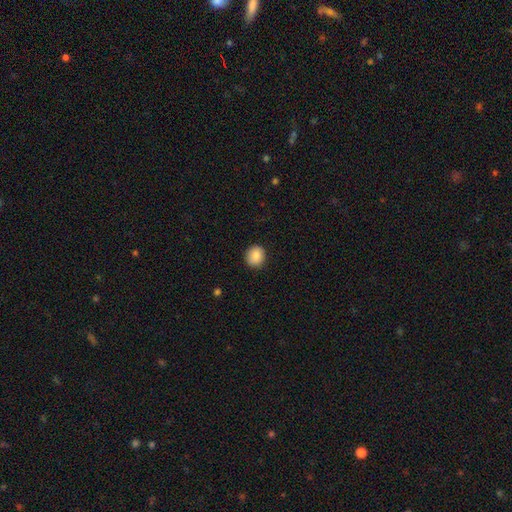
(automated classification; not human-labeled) Q: Smooth or featured?
A: smooth (87%); runner-up: star or artifact (8%)
Q: How rounded?
A: round (83%); runner-up: in between (16%)
Q: Merging?
A: none (90%); runner-up: minor disturbance (7%)